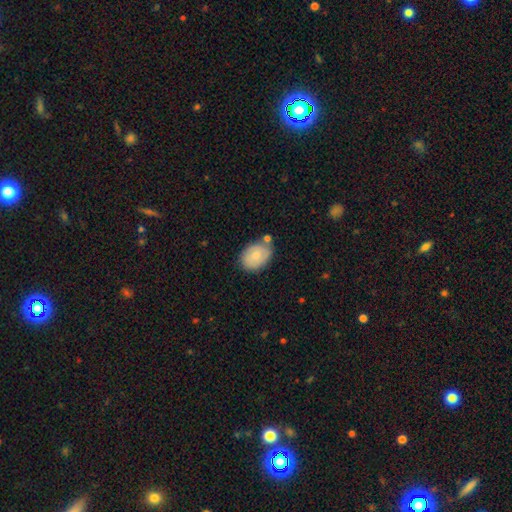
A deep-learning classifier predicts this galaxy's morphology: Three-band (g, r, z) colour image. It shows a smooth galaxy with no disk features (73%) that is in between round and cigar-shaped (79%). Merging: none (65%).